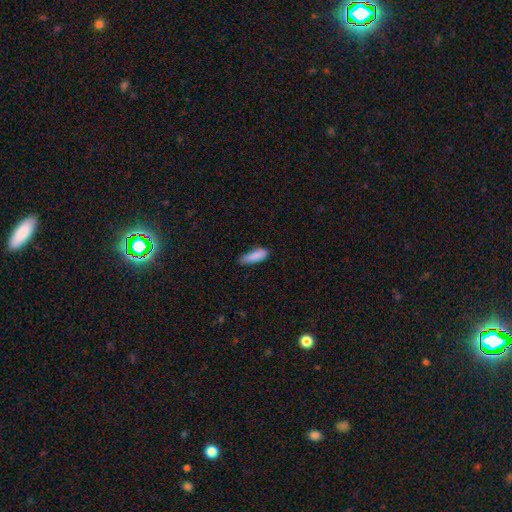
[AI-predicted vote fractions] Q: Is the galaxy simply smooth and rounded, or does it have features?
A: smooth — 87%.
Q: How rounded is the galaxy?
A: cigar-shaped — 54%.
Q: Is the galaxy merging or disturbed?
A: none — 66%.